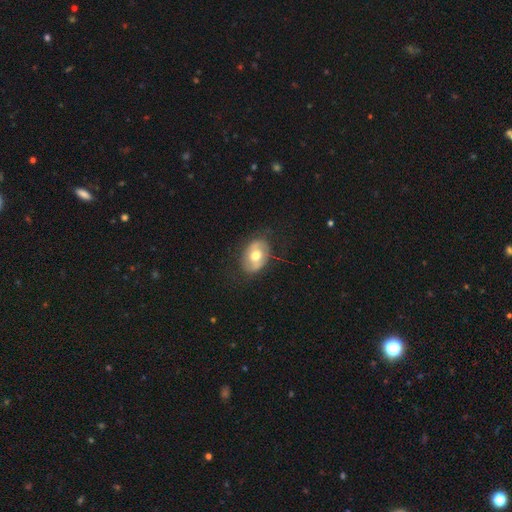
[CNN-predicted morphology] type=smooth (50%); roundness=in between (76%); merging=none (75%).